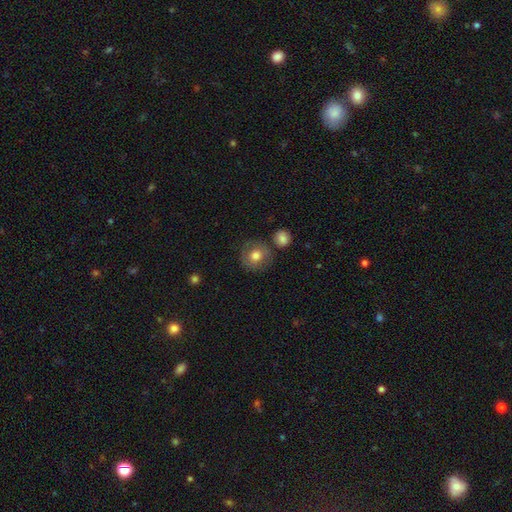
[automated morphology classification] smooth-or-featured: smooth: 71% | featured or disk: 21% | star or artifact: 8%
  how-rounded: round: 90% | in between: 9% | cigar-shaped: 1%
  merging: none: 78% | minor disturbance: 12% | merger: 6% | major disturbance: 4%